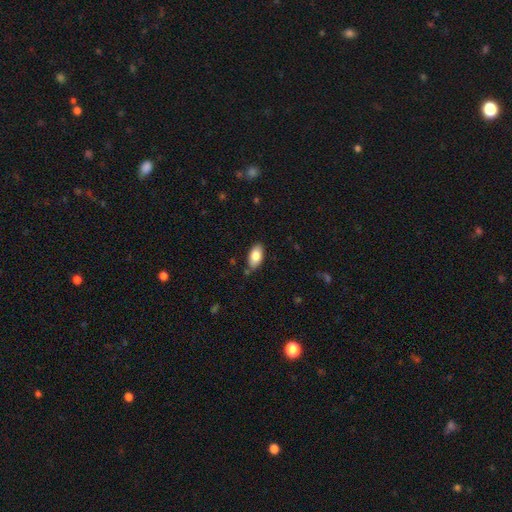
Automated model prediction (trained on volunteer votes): Morphology: type=smooth (83%); roundness=in between (93%); merging=none (79%).